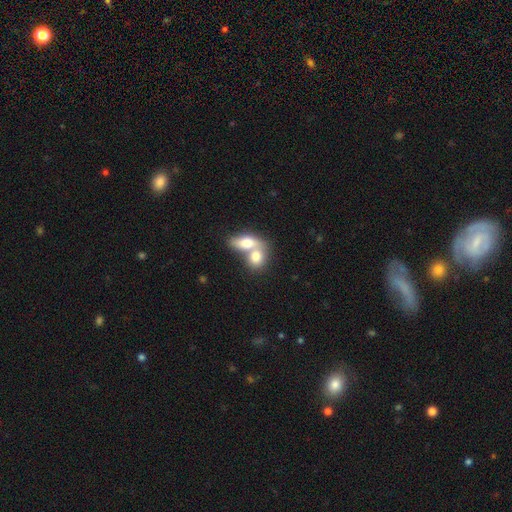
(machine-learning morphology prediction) smooth_or_featured: smooth (p=0.74) [alt: featured or disk p=0.19]
how_rounded: in between (p=0.67) [alt: round p=0.28]
merging: merger (p=0.72) [alt: none p=0.19]